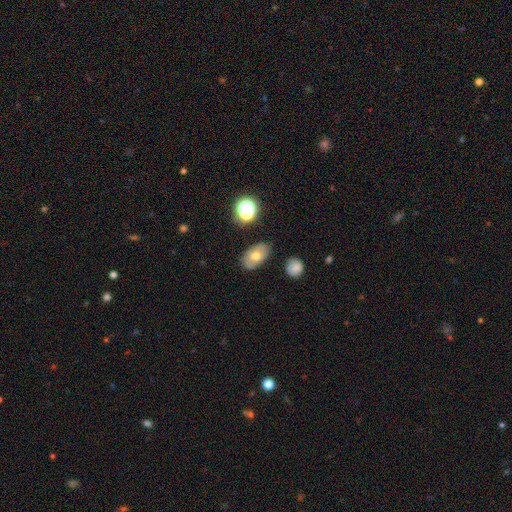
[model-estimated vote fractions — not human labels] smooth 61%, featured or disk 28%, star or artifact 11%. Down the decision tree: how rounded — in between (88%); merging — none (77%).